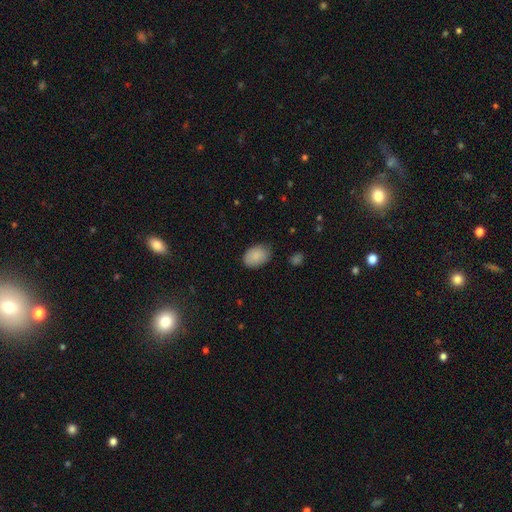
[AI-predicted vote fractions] Smooth or featured: smooth — 87% (star or artifact — 7%)
How rounded: in between — 84% (round — 15%)
Merging: none — 75% (minor disturbance — 20%)